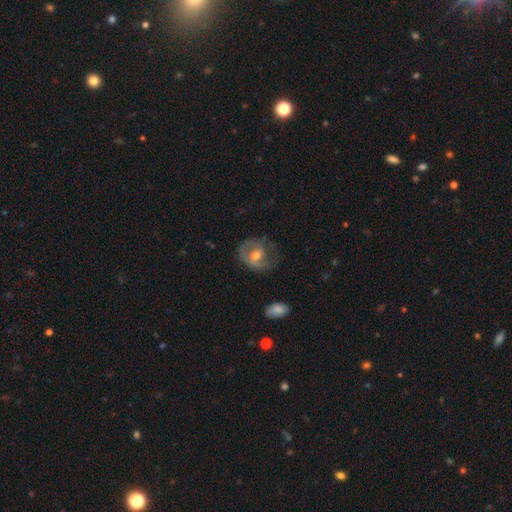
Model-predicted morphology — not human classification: smooth_or_featured: featured or disk (p=0.57) [alt: smooth p=0.36]
disk_edge_on: no (p=0.96) [alt: yes p=0.04]
bar: no (p=0.59) [alt: weak p=0.33]
has_spiral_arms: yes (p=0.62) [alt: no p=0.38]
bulge_size: moderate (p=0.72) [alt: small p=0.16]
merging: none (p=0.49) [alt: minor disturbance p=0.26]